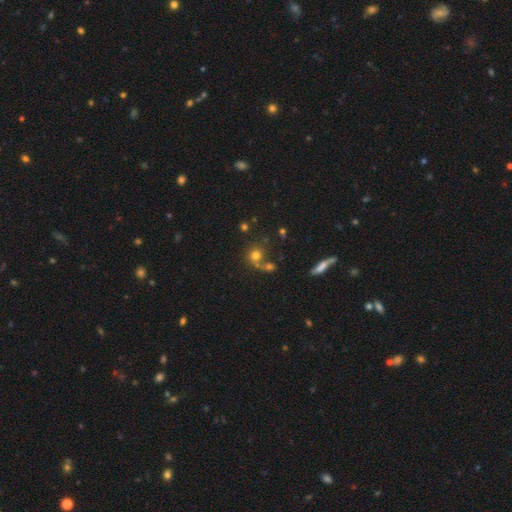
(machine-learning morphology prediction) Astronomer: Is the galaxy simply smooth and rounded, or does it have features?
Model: smooth — 69%.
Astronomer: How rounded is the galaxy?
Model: round — 85%.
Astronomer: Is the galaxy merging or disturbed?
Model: none — 46% (runner-up: merger, 36%).